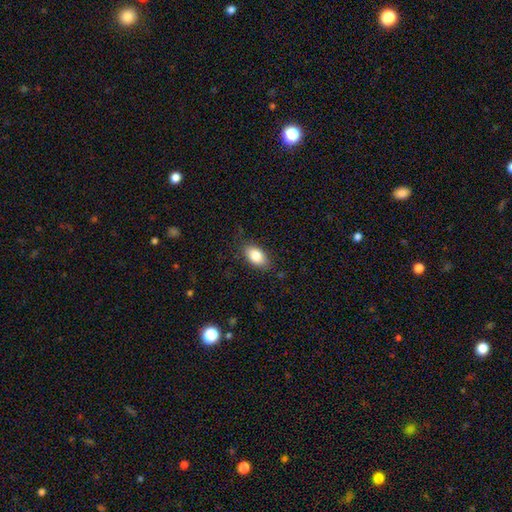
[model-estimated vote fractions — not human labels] Q: Smooth or featured?
A: smooth (83%); runner-up: featured or disk (10%)
Q: How rounded?
A: in between (91%); runner-up: round (6%)
Q: Merging?
A: none (82%); runner-up: minor disturbance (14%)